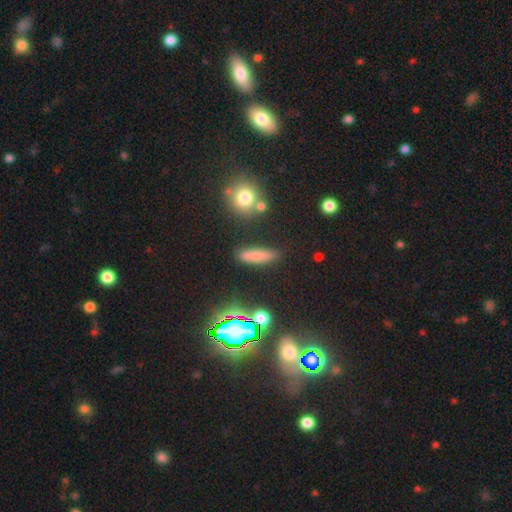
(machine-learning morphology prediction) Overall: smooth (73%). How rounded: cigar-shaped (67%; in between 28%). Merging: none (85%).